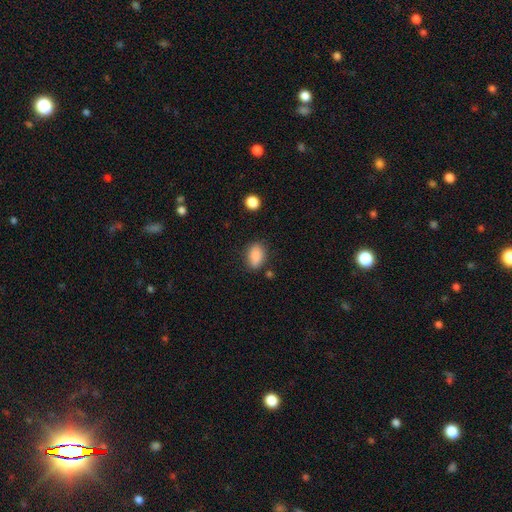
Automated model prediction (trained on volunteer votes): smooth 87%, star or artifact 8%, featured or disk 4%. Down the decision tree: how rounded — in between (86%); merging — none (77%).